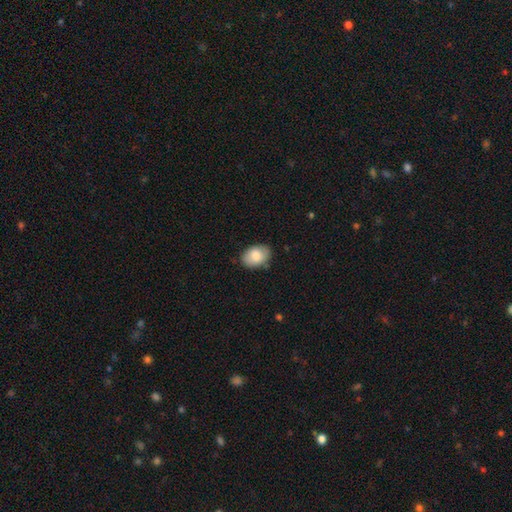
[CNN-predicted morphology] type=smooth (80%); roundness=in between (81%); merging=none (81%).